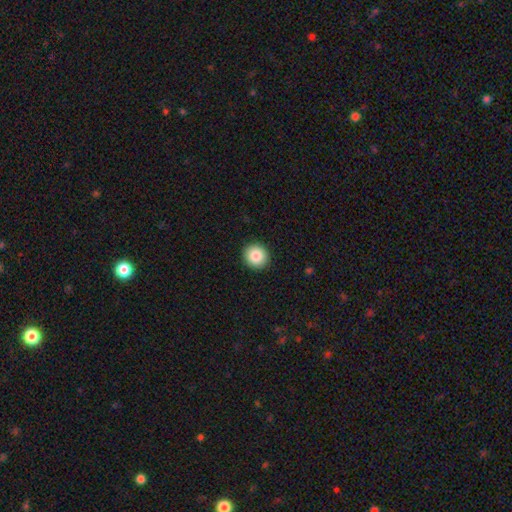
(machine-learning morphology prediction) This appears to be a smooth galaxy with no disk features (86%) that is round (92%). Merging: none (92%).